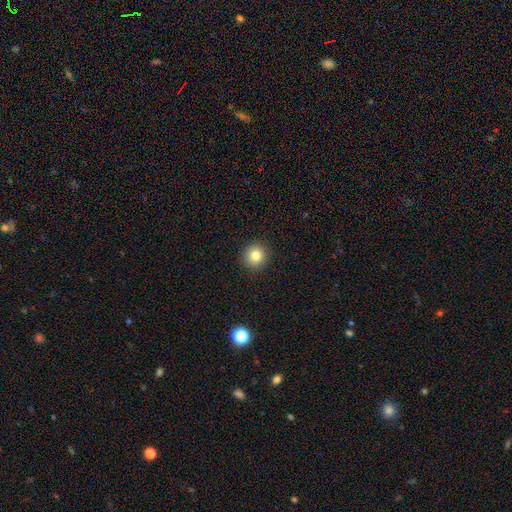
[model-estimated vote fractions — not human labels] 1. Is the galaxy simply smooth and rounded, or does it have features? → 81% smooth, 11% star or artifact, 8% featured or disk.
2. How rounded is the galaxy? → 92% round, 7% in between, 1% cigar-shaped.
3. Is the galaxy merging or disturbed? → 92% none, 6% minor disturbance, 2% major disturbance, 1% merger.